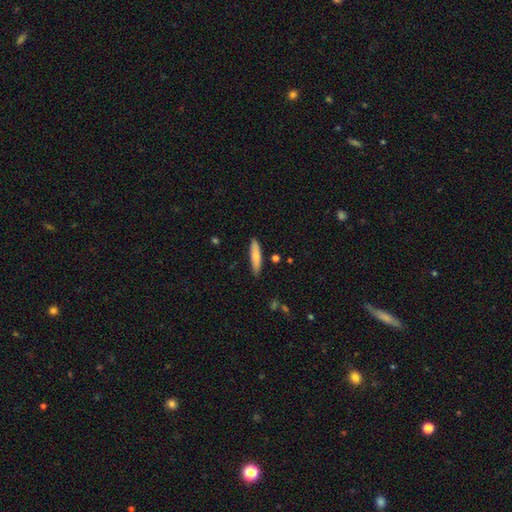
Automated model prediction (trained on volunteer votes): This is likely a smooth galaxy (77%). How rounded: likely cigar-shaped (80%). Merging: clearly none (85%).